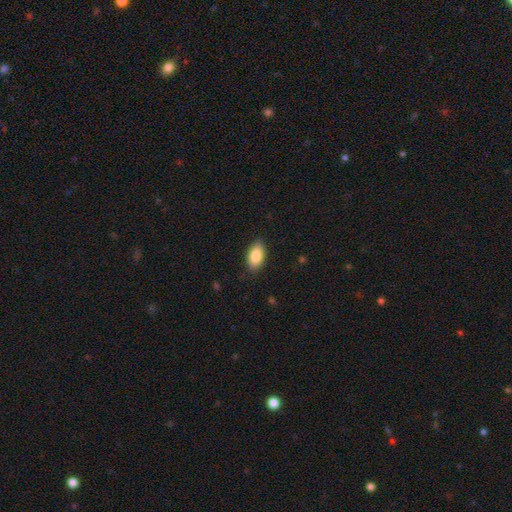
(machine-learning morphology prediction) A smooth galaxy with no disk features (87%) that is in between round and cigar-shaped (93%).

Vote fractions:
- Smooth or featured? smooth: 87% / star or artifact: 7% / featured or disk: 7%
- How rounded? in between: 93% / round: 5% / cigar-shaped: 2%
- Merging? none: 86% / minor disturbance: 11% / major disturbance: 2% / merger: 1%